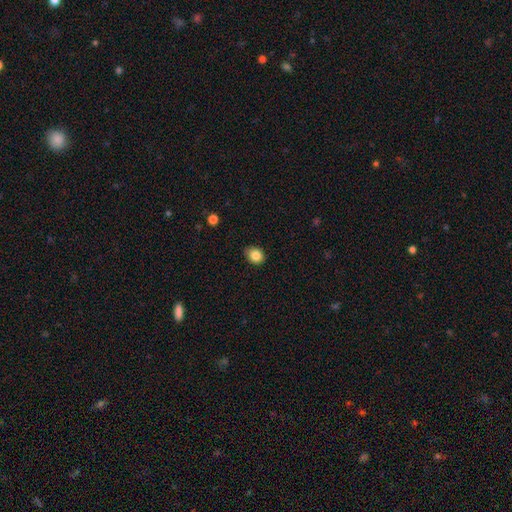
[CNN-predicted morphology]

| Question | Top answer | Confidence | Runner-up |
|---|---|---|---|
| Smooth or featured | smooth | 85% | star or artifact (10%) |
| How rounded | round | 59% | in between (40%) |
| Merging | none | 82% | minor disturbance (15%) |